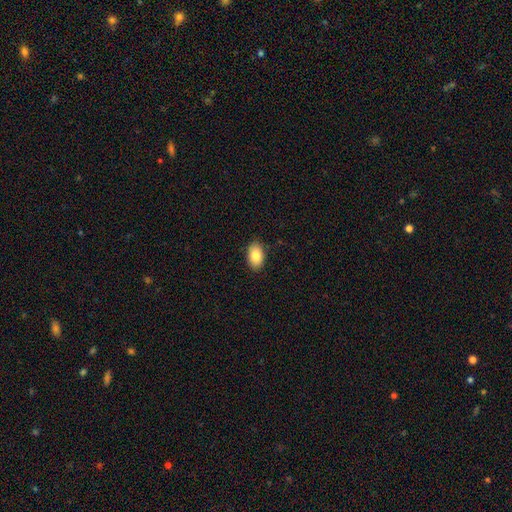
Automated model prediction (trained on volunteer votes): Smooth or featured? Predicted: smooth (p=0.86). How rounded? Predicted: in between (p=0.92). Merging? Predicted: none (p=0.88).